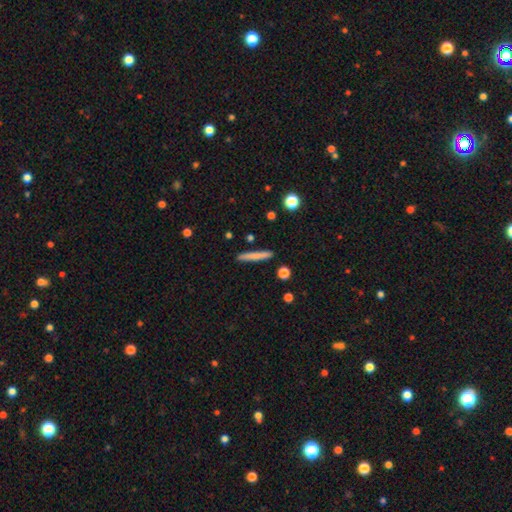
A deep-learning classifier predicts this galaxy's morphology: Overall: smooth (73%). How rounded: cigar-shaped (95%). Merging: none (89%).